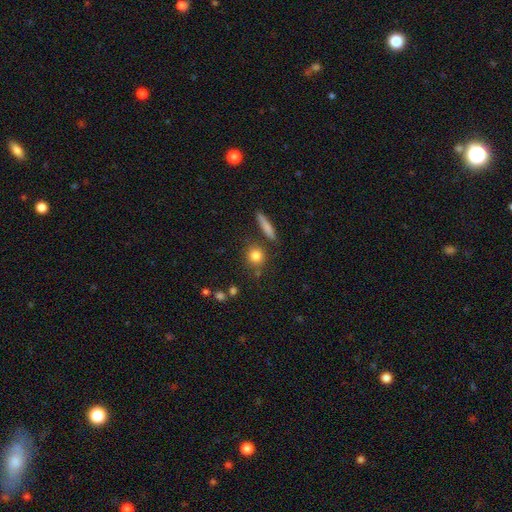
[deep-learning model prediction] Overall: smooth (82%). How rounded: round (80%). Merging: none (78%).